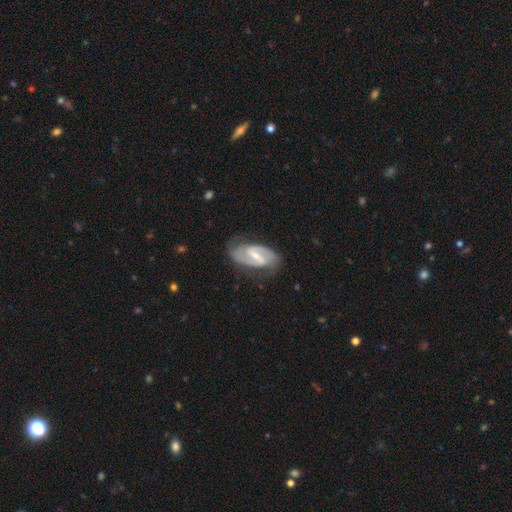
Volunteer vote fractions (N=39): Morphology: type=featured or disk (92%); edge-on=no (94%); bar=strong (71%); spiral arms=yes (91%); winding=medium (48%); arm count=2 (97%); bulge=small (76%); merging=none (71%).